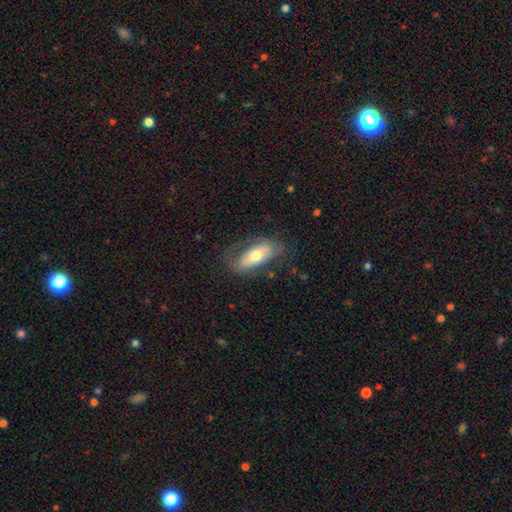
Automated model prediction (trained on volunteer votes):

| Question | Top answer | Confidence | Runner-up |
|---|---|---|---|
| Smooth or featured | featured or disk | 50% | smooth (43%) |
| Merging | none | 62% | minor disturbance (22%) |